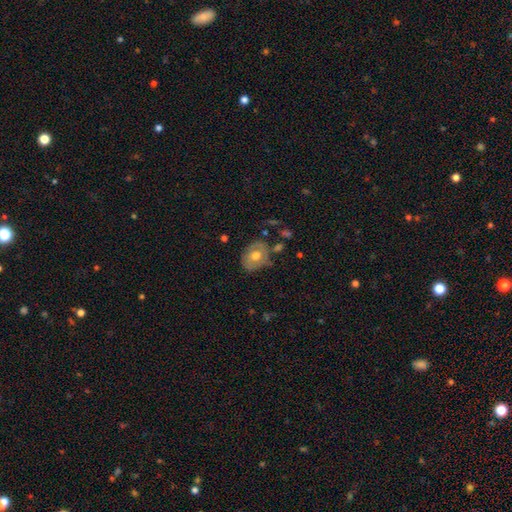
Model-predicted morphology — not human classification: Q: Smooth or featured?
A: smooth (53%); runner-up: featured or disk (39%)
Q: How rounded?
A: in between (51%); runner-up: round (48%)
Q: Merging?
A: none (62%); runner-up: minor disturbance (25%)